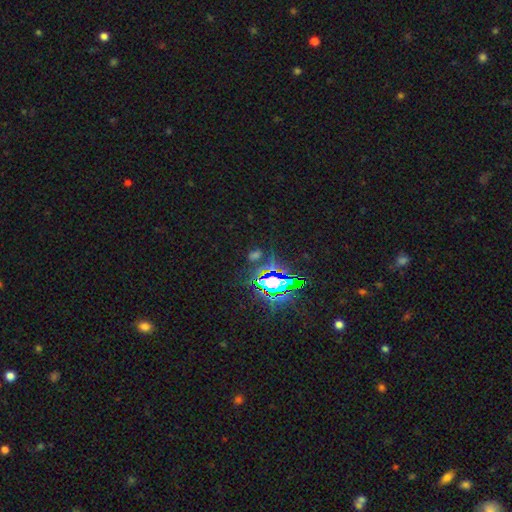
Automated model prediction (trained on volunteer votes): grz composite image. It shows a star or artifact, not a galaxy (71%).